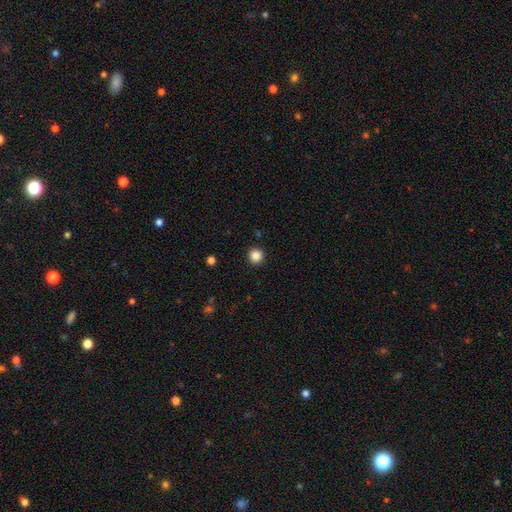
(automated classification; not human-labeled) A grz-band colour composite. It shows a smooth galaxy with no disk features (86%) that is round (95%). Merging: none (93%).